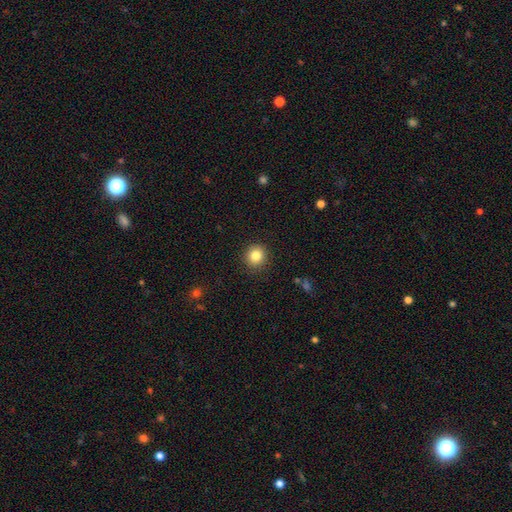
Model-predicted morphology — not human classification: smooth 84%, star or artifact 10%, featured or disk 6%. Down the decision tree: how rounded — round (90%); merging — none (90%).